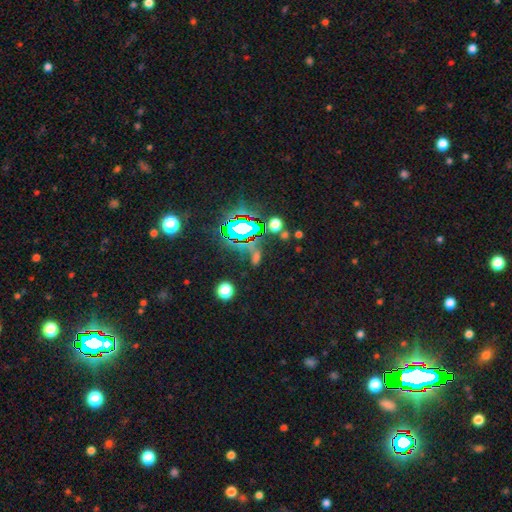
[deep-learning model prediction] This appears to be a star or artifact, not a galaxy (61%).